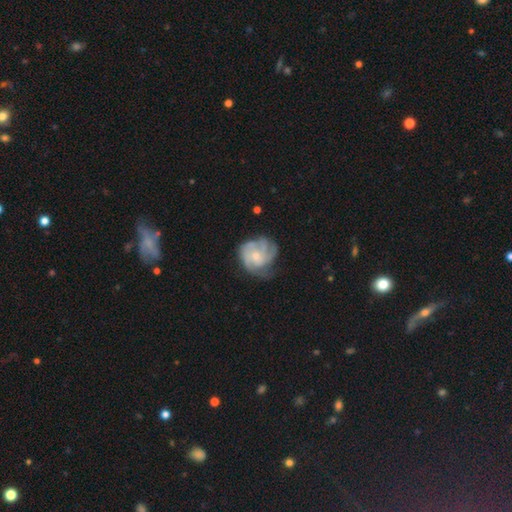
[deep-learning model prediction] Smooth or featured: featured or disk — 72% (smooth — 21%)
Edge-on disk: no — 98% (yes — 2%)
Bar: no — 75% (weak — 22%)
Spiral arms: yes — 88% (no — 12%)
Spiral winding: tight — 46% (medium — 39%)
Spiral arm count: 3 — 33% (can't tell — 28%)
Bulge size: small — 52% (moderate — 40%)
Merging: none — 54% (minor disturbance — 26%)